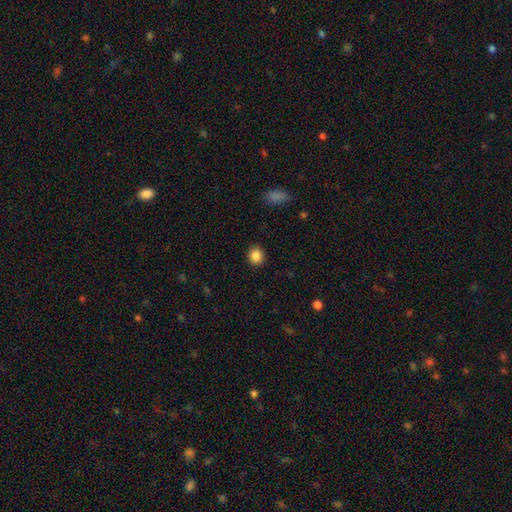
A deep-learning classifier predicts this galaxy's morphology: This appears to be a smooth galaxy with no disk features (86%) that is round (78%). Merging: none (91%).